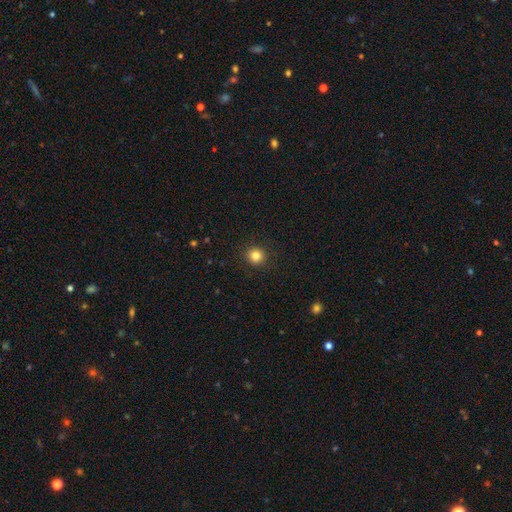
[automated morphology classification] Q: Smooth or featured?
A: smooth (83%); runner-up: star or artifact (12%)
Q: How rounded?
A: round (92%); runner-up: in between (7%)
Q: Merging?
A: none (91%); runner-up: minor disturbance (6%)